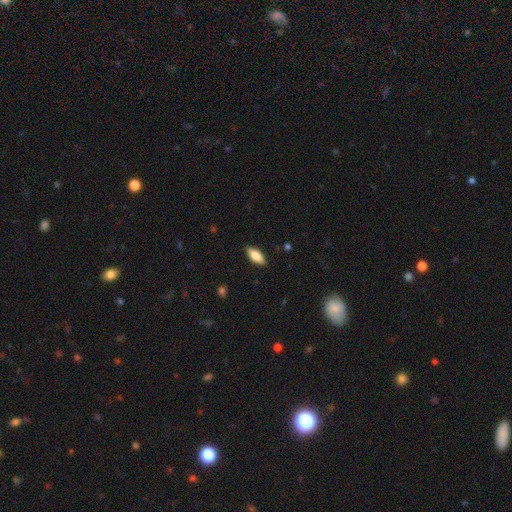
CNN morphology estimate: Q: Smooth or featured?
A: smooth (78%); runner-up: featured or disk (15%)
Q: How rounded?
A: in between (81%); runner-up: cigar-shaped (16%)
Q: Merging?
A: none (88%); runner-up: minor disturbance (9%)